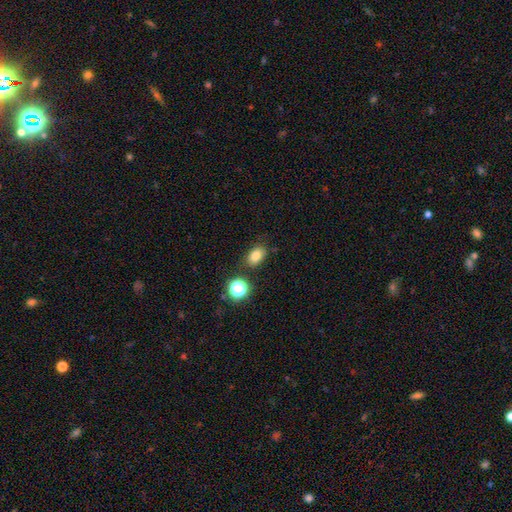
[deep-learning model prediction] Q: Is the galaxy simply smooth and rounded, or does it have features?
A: smooth — 80%.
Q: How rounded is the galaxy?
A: in between — 78%.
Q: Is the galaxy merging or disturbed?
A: none — 79%.